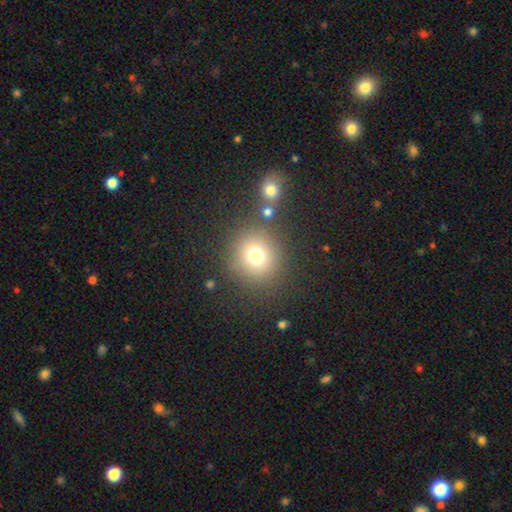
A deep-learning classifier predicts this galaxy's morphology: smooth 74%, star or artifact 16%, featured or disk 10%. Down the decision tree: how rounded — round (89%); merging — none (80%).